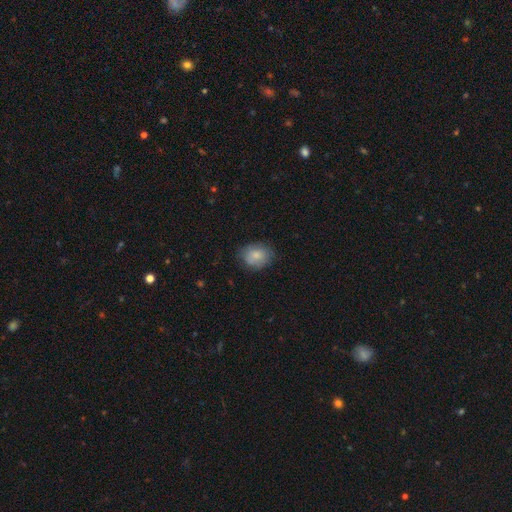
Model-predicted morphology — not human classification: smooth-or-featured: smooth: 83% | featured or disk: 10% | star or artifact: 8%
  how-rounded: round: 51% | in between: 48% | cigar-shaped: 1%
  merging: none: 74% | minor disturbance: 20% | major disturbance: 5% | merger: 1%